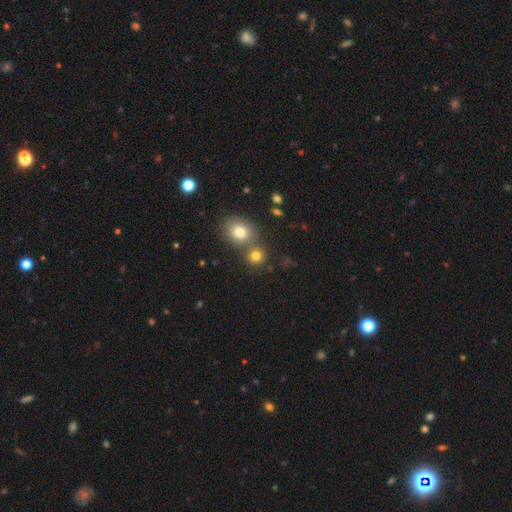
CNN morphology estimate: Smooth or featured? Predicted: smooth (p=0.78). How rounded? Predicted: round (p=0.84). Merging? Predicted: none (p=0.59).